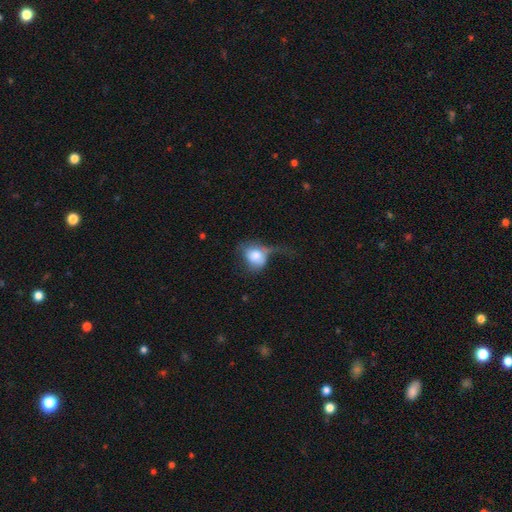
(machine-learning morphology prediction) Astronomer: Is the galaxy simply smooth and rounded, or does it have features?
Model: smooth — 69%.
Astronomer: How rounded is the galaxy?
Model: round — 53% (runner-up: in between, 46%).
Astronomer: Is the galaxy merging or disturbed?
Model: major disturbance — 50%.